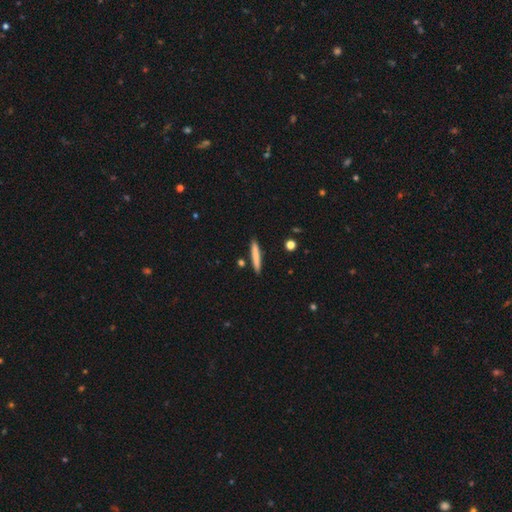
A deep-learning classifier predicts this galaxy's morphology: The model was most divided on "smooth or featured": smooth: 78%, featured or disk: 16%, star or artifact: 6%. More confident: how rounded — cigar-shaped (95%); merging — none (89%).